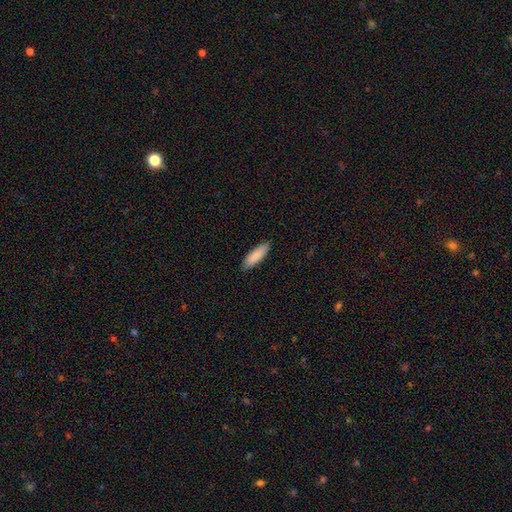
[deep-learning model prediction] The model was most divided on "how rounded": cigar-shaped: 52%, in between: 47%, round: 1%. More confident: merging — none (89%); smooth or featured — smooth (88%).